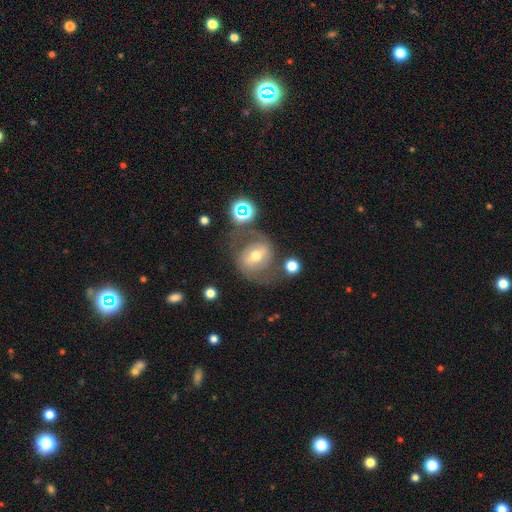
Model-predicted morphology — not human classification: Smooth or featured: featured or disk — 66% (smooth — 24%)
Edge-on disk: no — 96% (yes — 4%)
Bar: weak — 40% (strong — 38%)
Spiral arms: yes — 76% (no — 24%)
Bulge size: moderate — 64% (small — 28%)
Merging: none — 62% (minor disturbance — 18%)